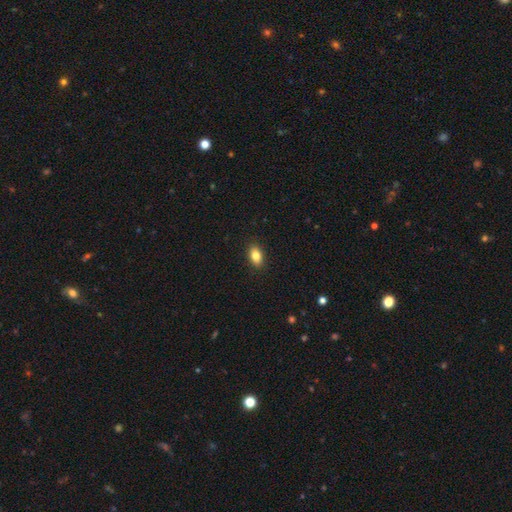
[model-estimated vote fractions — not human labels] Overall: smooth (83%). How rounded: in between (88%). Merging: none (90%).